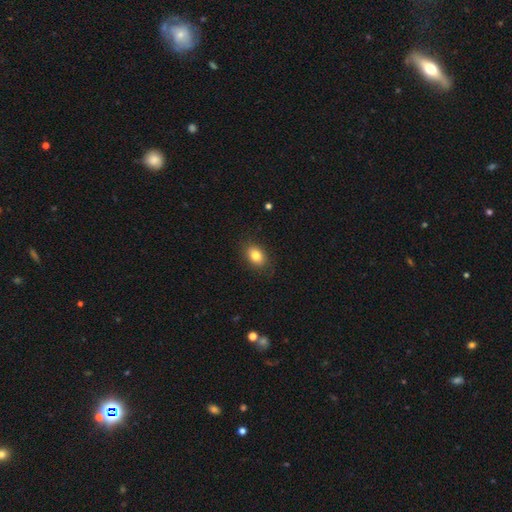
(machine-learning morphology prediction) Smooth or featured: smooth — 82% (star or artifact — 9%)
How rounded: in between — 75% (round — 24%)
Merging: none — 85% (minor disturbance — 11%)